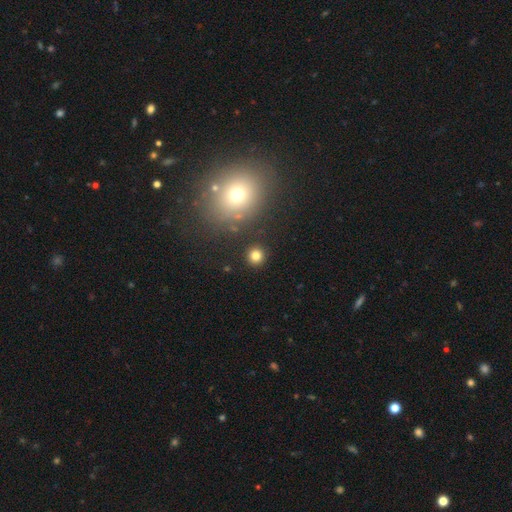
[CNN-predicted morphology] smooth 80%, star or artifact 14%, featured or disk 7%. Down the decision tree: how rounded — round (93%); merging — none (89%).